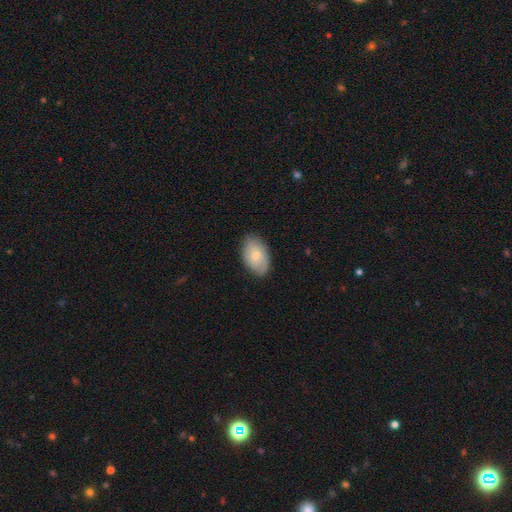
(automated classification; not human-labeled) This appears to be a smooth galaxy with no disk features (66%) that is in between round and cigar-shaped (90%). Merging: none (80%).